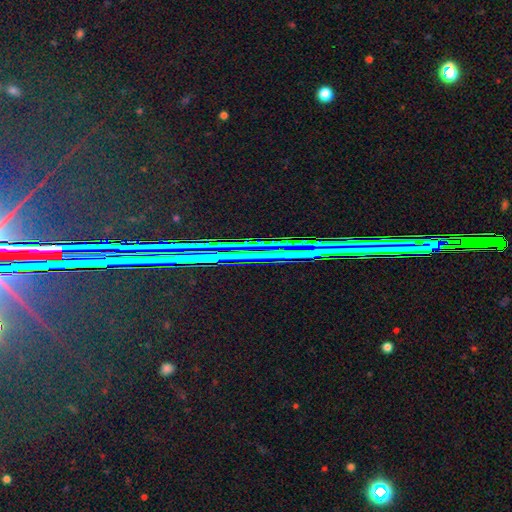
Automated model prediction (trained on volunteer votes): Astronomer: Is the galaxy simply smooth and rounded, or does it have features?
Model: star or artifact — 82%.